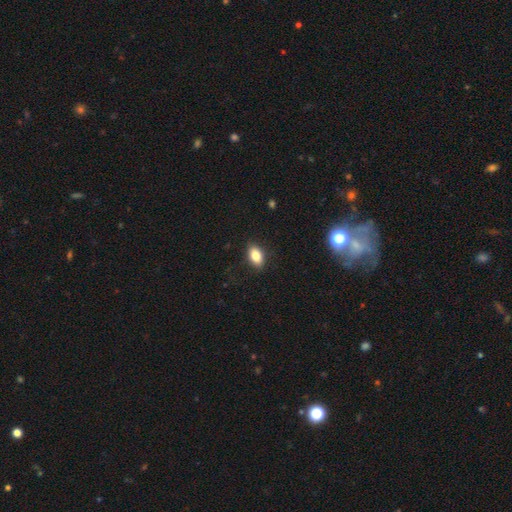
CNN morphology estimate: Smooth or featured: smooth — 85% (star or artifact — 8%)
How rounded: in between — 89% (round — 8%)
Merging: none — 86% (minor disturbance — 10%)